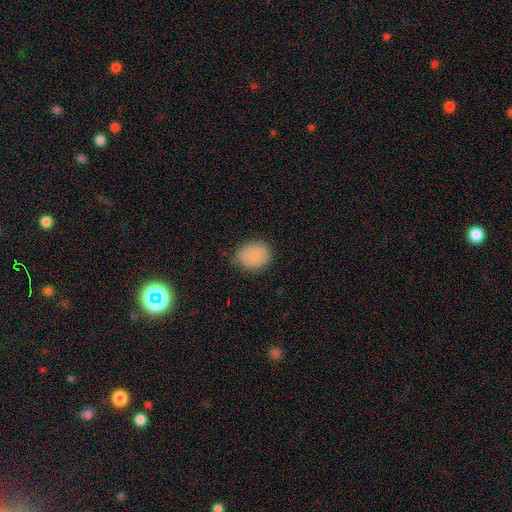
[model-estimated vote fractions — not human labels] This is clearly a smooth galaxy (82%). How rounded: possibly round (54%). Merging: likely none (65%).